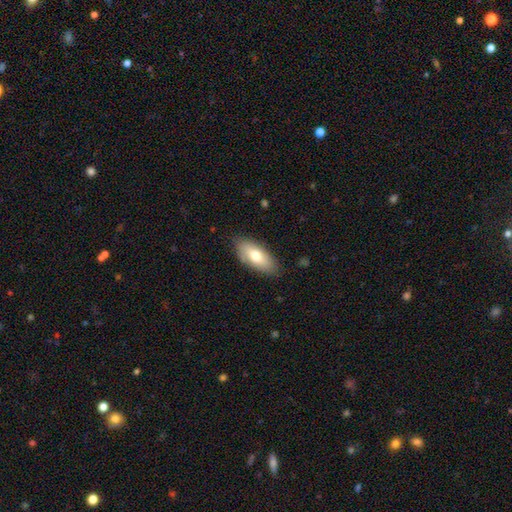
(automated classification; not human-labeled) Smooth or featured: smooth — 72% (featured or disk — 22%)
How rounded: in between — 87% (cigar-shaped — 10%)
Merging: none — 82% (minor disturbance — 14%)